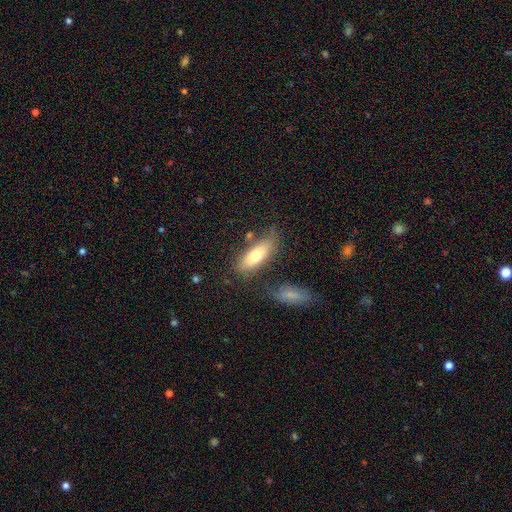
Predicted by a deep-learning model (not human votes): This appears to be a smooth galaxy with no disk features (70%) that is in between round and cigar-shaped (68%). Merging: none (69%).